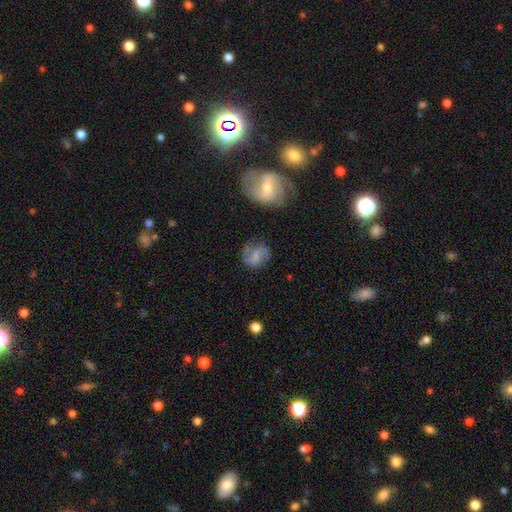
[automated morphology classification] Smooth or featured? Predicted: featured or disk (p=0.65). Edge-on disk? Predicted: no (p=0.98). Bar? Predicted: weak (p=0.49). Spiral arms? Predicted: yes (p=0.91). Spiral winding? Predicted: medium (p=0.48). Spiral arm count? Predicted: 2 (p=0.87). Bulge size? Predicted: none (p=0.43). Merging? Predicted: none (p=0.69).